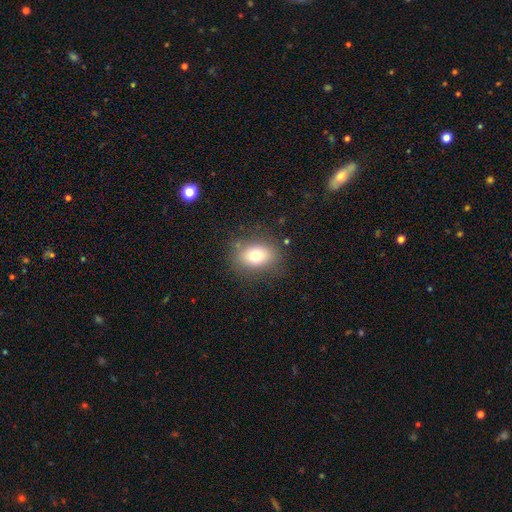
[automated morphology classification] smooth 75%, featured or disk 13%, star or artifact 11%. Down the decision tree: how rounded — in between (66%); merging — none (80%).